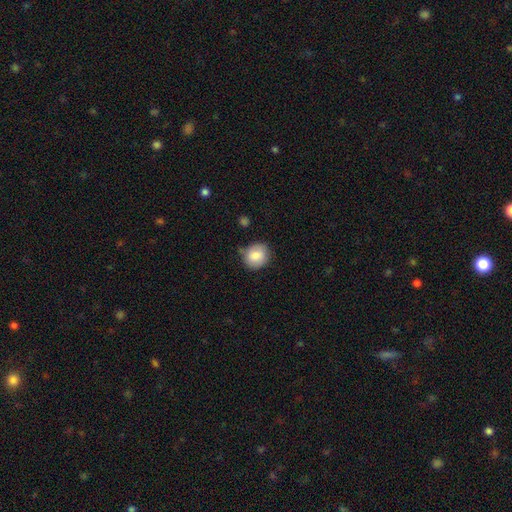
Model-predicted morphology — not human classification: This is clearly a smooth galaxy (84%). How rounded: likely round (79%). Merging: likely none (77%).